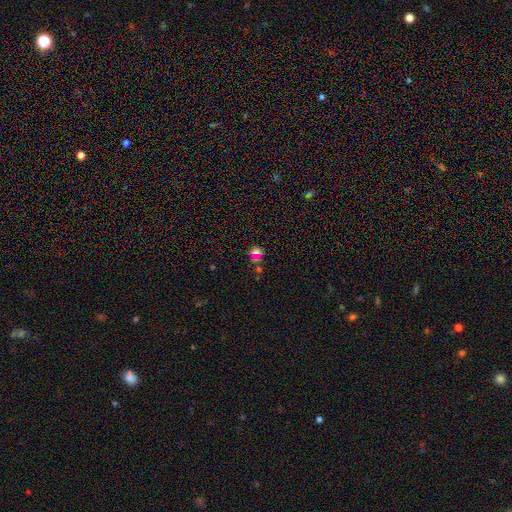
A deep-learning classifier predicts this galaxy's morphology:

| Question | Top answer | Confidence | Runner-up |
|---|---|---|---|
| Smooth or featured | smooth | 61% | star or artifact (26%) |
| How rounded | round | 77% | in between (22%) |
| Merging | none | 53% | merger (23%) |